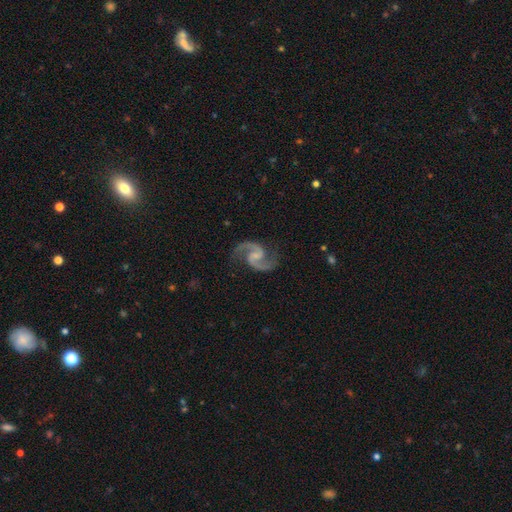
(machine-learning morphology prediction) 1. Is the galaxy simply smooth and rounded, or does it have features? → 94% featured or disk, 4% star or artifact, 3% smooth.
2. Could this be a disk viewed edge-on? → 98% no, 2% yes.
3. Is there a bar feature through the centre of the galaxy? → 48% weak, 39% no, 13% strong.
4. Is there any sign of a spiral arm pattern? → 98% yes, 2% no.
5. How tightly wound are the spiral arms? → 60% medium, 30% loose, 10% tight.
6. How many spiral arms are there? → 95% 2, 1% can't tell, 1% 1, 1% 3, 1% 4, 1% more than 4.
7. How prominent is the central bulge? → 49% small, 28% none, 20% moderate, 2% large, 1% dominant.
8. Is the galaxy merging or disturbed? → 81% none, 13% minor disturbance, 5% major disturbance, 1% merger.